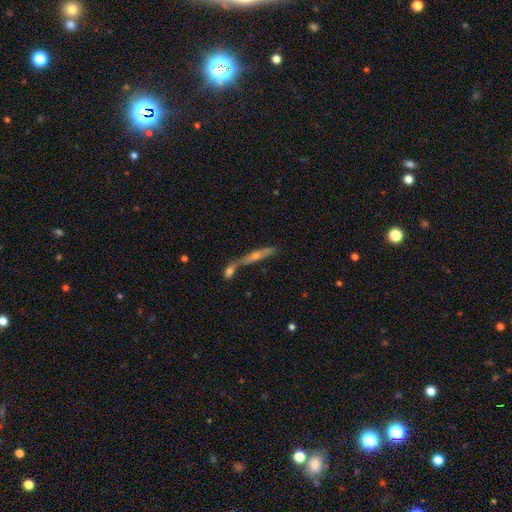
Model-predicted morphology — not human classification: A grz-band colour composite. It shows a featured or disk galaxy (56%) viewed edge-on (85%). Merging: none (44%).